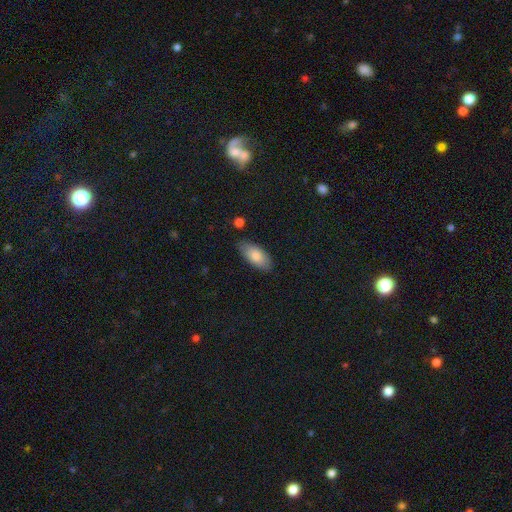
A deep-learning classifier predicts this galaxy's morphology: type=smooth (81%); roundness=in between (91%); merging=none (78%).